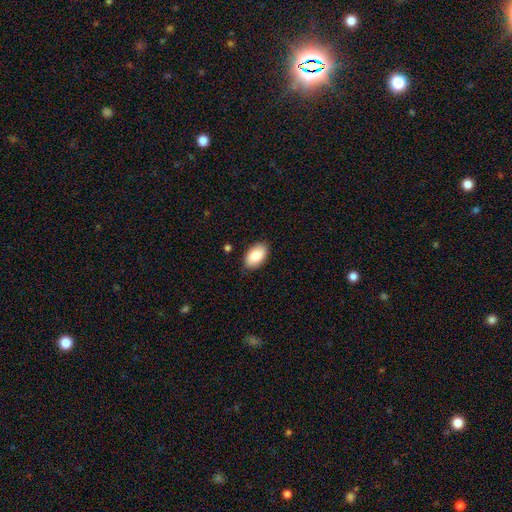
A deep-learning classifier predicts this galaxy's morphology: The model was most divided on "smooth or featured": smooth: 85%, featured or disk: 9%, star or artifact: 6%. More confident: how rounded — in between (94%); merging — none (87%).